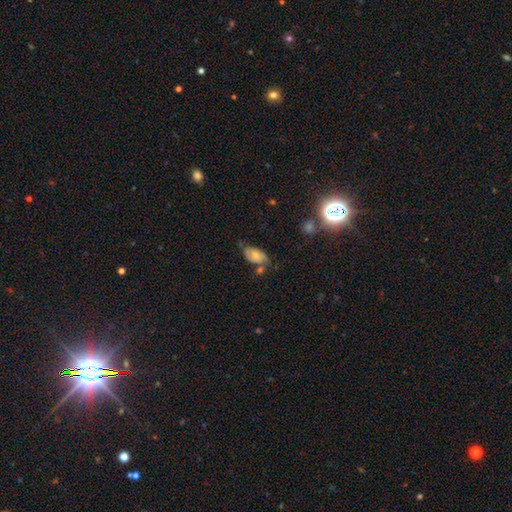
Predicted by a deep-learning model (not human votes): Smooth or featured?
  - smooth: 55% *
  - featured or disk: 36%
  - star or artifact: 9%
How rounded?
  - in between: 91% *
  - round: 7%
  - cigar-shaped: 2%
Merging?
  - none: 50% *
  - minor disturbance: 28%
  - merger: 13%
  - major disturbance: 10%